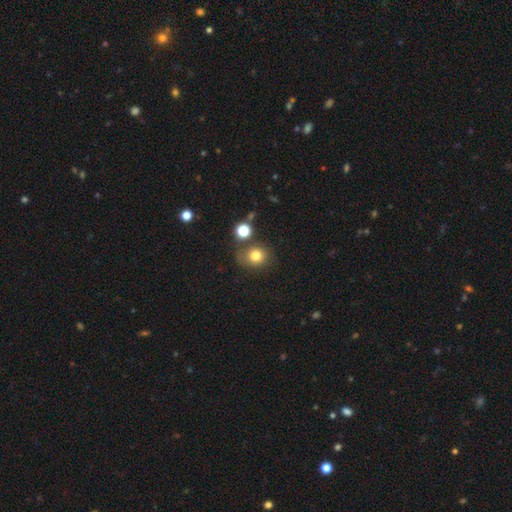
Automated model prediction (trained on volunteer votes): A smooth galaxy with no disk features (79%) that is round (75%).

Vote fractions:
- Smooth or featured? smooth: 79% / star or artifact: 13% / featured or disk: 8%
- How rounded? round: 75% / in between: 25% / cigar-shaped: 1%
- Merging? none: 70% / minor disturbance: 15% / merger: 10% / major disturbance: 5%